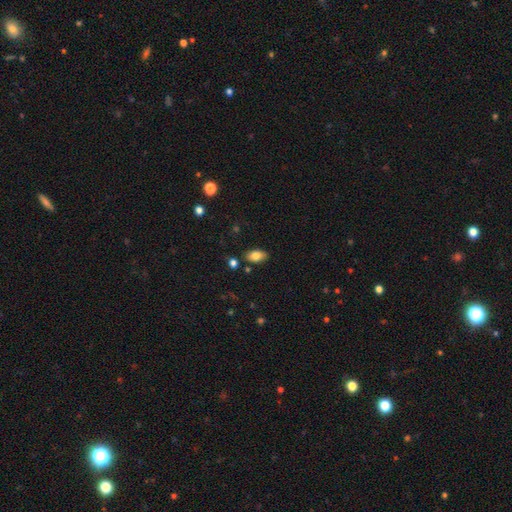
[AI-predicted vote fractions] A smooth galaxy with no disk features (80%) that is in between round and cigar-shaped (92%).

Vote fractions:
- Smooth or featured? smooth: 80% / featured or disk: 12% / star or artifact: 8%
- How rounded? in between: 92% / round: 5% / cigar-shaped: 3%
- Merging? none: 82% / minor disturbance: 12% / merger: 4% / major disturbance: 2%